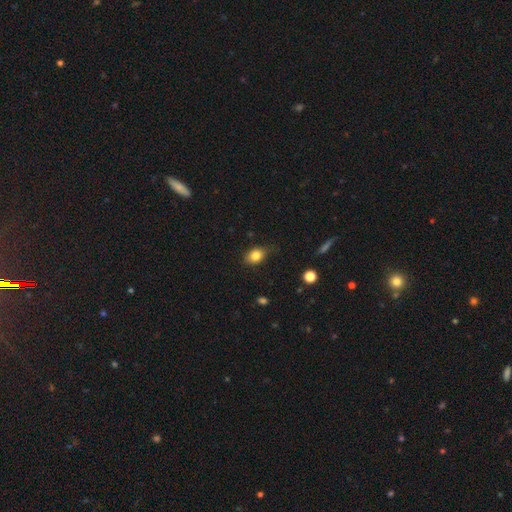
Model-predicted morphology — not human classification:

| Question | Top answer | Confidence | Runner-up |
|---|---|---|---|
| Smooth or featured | smooth | 82% | star or artifact (10%) |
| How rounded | in between | 68% | round (30%) |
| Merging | none | 73% | minor disturbance (21%) |